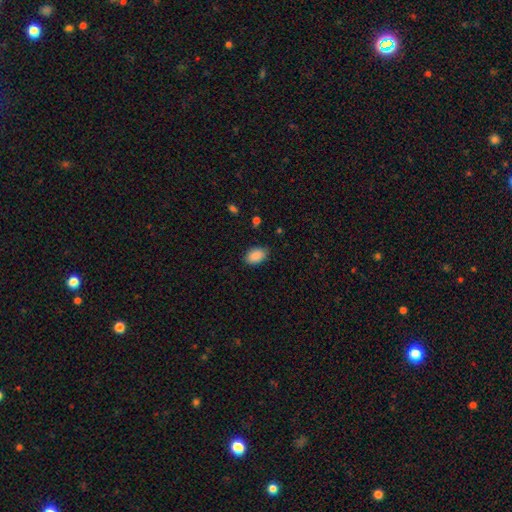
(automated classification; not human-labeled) Overall: smooth (89%). How rounded: in between (89%). Merging: none (86%).